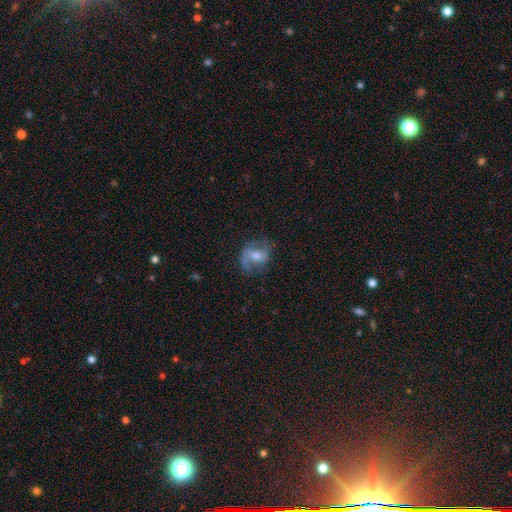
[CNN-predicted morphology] Q: Smooth or featured?
A: featured or disk (57%); runner-up: smooth (34%)
Q: Edge-on disk?
A: no (96%); runner-up: yes (4%)
Q: Bar?
A: weak (45%); runner-up: no (38%)
Q: Spiral arms?
A: yes (80%); runner-up: no (20%)
Q: Bulge size?
A: moderate (56%); runner-up: small (25%)
Q: Merging?
A: none (59%); runner-up: minor disturbance (23%)